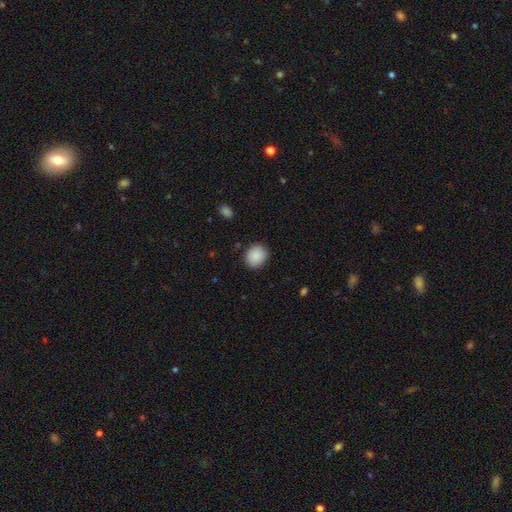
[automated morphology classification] smooth_or_featured: smooth (p=0.89) [alt: star or artifact p=0.07]
how_rounded: round (p=0.77) [alt: in between p=0.22]
merging: none (p=0.87) [alt: minor disturbance p=0.09]